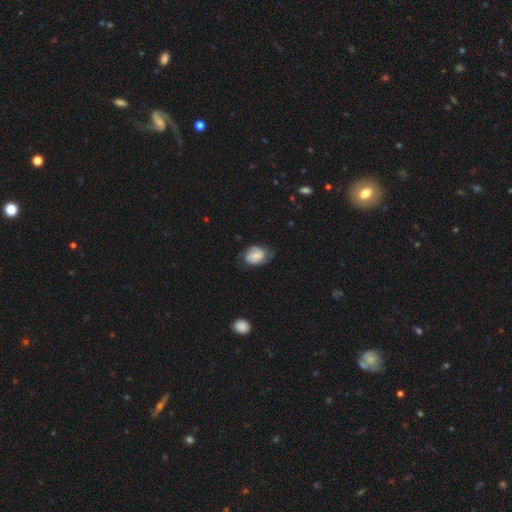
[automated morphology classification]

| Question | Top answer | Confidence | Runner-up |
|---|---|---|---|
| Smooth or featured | featured or disk | 52% | smooth (40%) |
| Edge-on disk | no | 97% | yes (3%) |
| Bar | weak | 43% | no (42%) |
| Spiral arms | yes | 86% | no (14%) |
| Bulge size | small | 44% | moderate (26%) |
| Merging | none | 59% | minor disturbance (28%) |